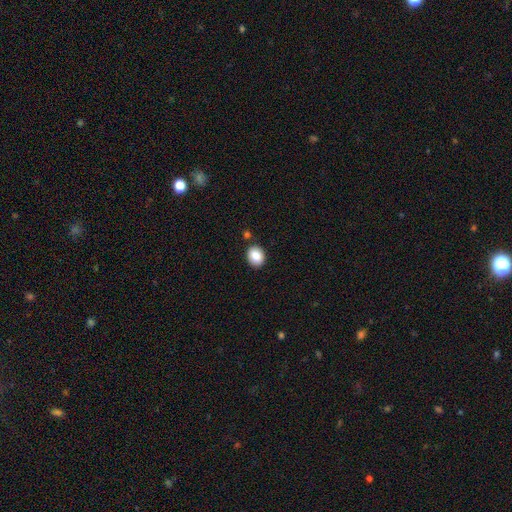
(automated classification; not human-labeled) This is clearly a smooth galaxy (86%). How rounded: possibly round (52%). Merging: clearly none (84%).